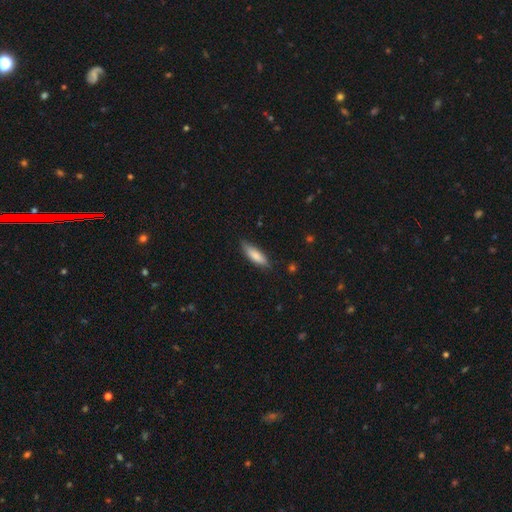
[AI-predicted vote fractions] A smooth galaxy with no disk features (81%) that is cigar-shaped (51%).

Vote fractions:
- Smooth or featured? smooth: 81% / featured or disk: 13% / star or artifact: 6%
- How rounded? cigar-shaped: 51% / in between: 47% / round: 2%
- Merging? none: 80% / minor disturbance: 16% / major disturbance: 3% / merger: 1%